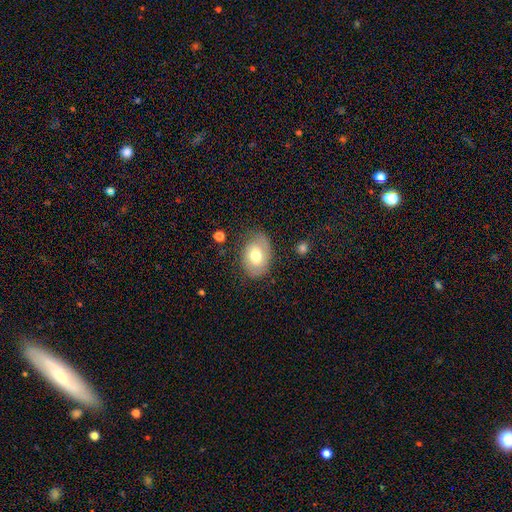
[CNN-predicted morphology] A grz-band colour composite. It shows a smooth galaxy with no disk features (68%) that is in between round and cigar-shaped (80%). Merging: none (72%).